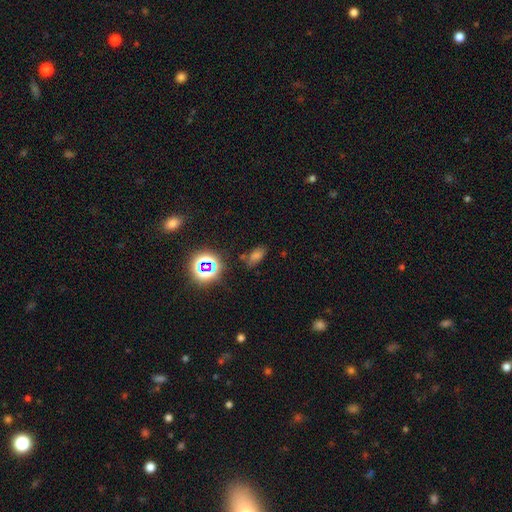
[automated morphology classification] A smooth galaxy with no disk features (49%).

Vote fractions:
- Smooth or featured? smooth: 49% / star or artifact: 40% / featured or disk: 11%
- Merging? none: 78% / minor disturbance: 13% / merger: 4% / major disturbance: 4%